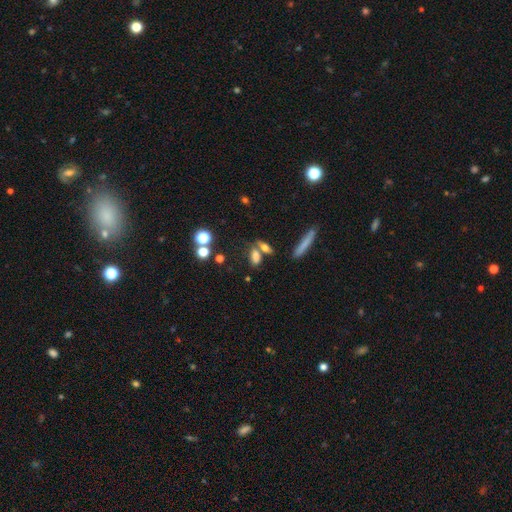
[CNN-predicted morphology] Overall: smooth (73%). How rounded: in between (69%). Merging: none (52%; merger 30%).